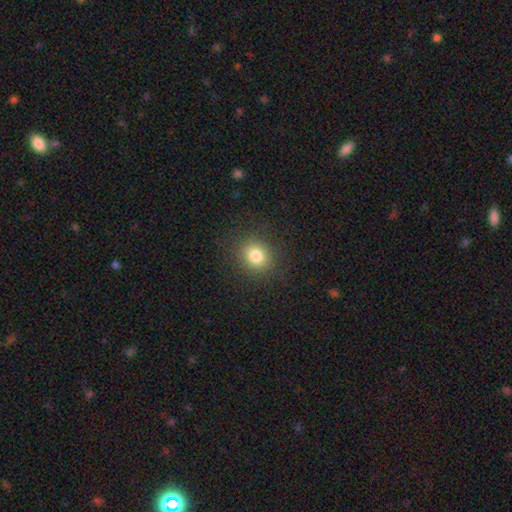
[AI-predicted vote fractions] The model was most divided on "how rounded": round: 79%, in between: 20%, cigar-shaped: 1%. More confident: merging — none (88%); smooth or featured — smooth (81%).